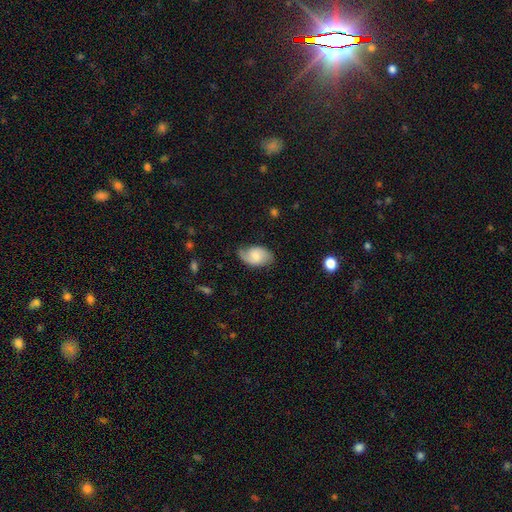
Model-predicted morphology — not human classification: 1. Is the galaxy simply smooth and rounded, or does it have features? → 49% featured or disk, 44% smooth, 7% star or artifact.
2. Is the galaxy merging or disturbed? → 65% none, 26% minor disturbance, 8% major disturbance, 1% merger.